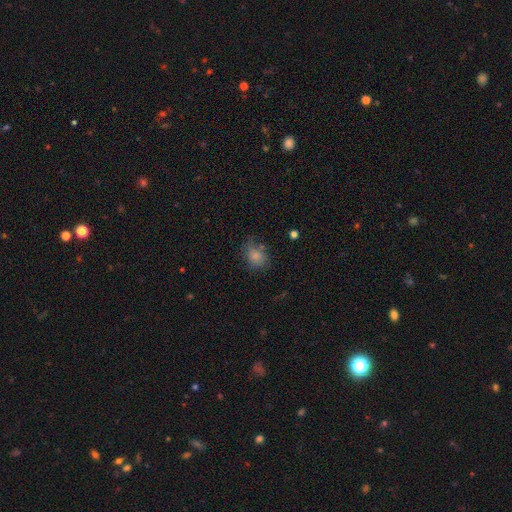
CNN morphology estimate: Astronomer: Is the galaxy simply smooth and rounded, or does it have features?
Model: smooth — 80%.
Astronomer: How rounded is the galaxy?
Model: in between — 55% (runner-up: round, 43%).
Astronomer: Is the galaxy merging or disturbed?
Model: none — 62%.